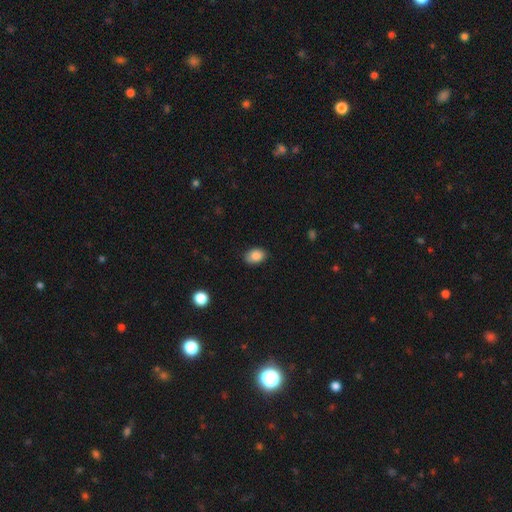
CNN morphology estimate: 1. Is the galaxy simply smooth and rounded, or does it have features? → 86% smooth, 9% star or artifact, 5% featured or disk.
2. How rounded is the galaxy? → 76% in between, 23% round, 1% cigar-shaped.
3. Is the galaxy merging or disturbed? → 83% none, 14% minor disturbance, 2% major disturbance, 1% merger.